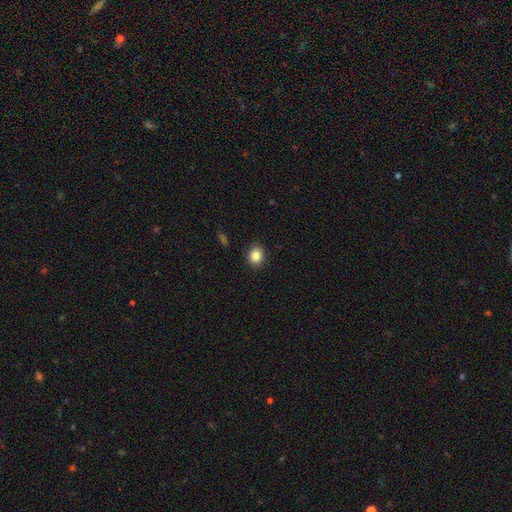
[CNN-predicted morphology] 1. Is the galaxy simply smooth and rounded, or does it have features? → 84% smooth, 10% star or artifact, 6% featured or disk.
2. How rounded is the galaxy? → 62% round, 37% in between, 1% cigar-shaped.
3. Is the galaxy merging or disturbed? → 89% none, 8% minor disturbance, 2% major disturbance, 1% merger.